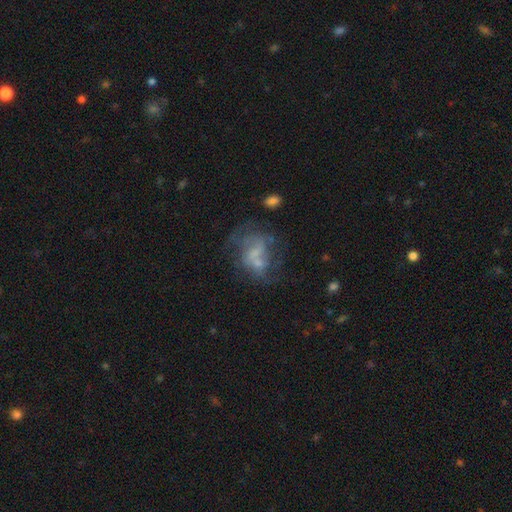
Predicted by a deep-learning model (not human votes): Smooth or featured?
  - featured or disk: 57% *
  - smooth: 29%
  - star or artifact: 14%
Edge-on disk?
  - no: 97% *
  - yes: 3%
Bar?
  - no: 67% *
  - weak: 27%
  - strong: 7%
Spiral arms?
  - no: 61% *
  - yes: 39%
Bulge size?
  - small: 39% *
  - none: 34%
  - moderate: 22%
  - large: 4%
  - dominant: 1%
Merging?
  - none: 35% *
  - major disturbance: 27%
  - merger: 21%
  - minor disturbance: 17%